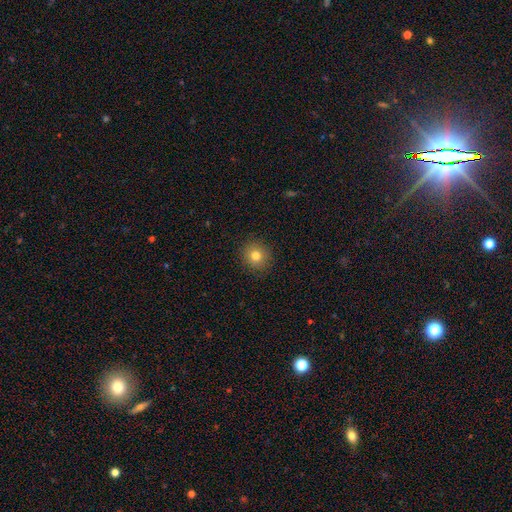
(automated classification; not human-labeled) Smooth or featured: smooth — 79% (star or artifact — 12%)
How rounded: round — 91% (in between — 8%)
Merging: none — 91% (minor disturbance — 6%)